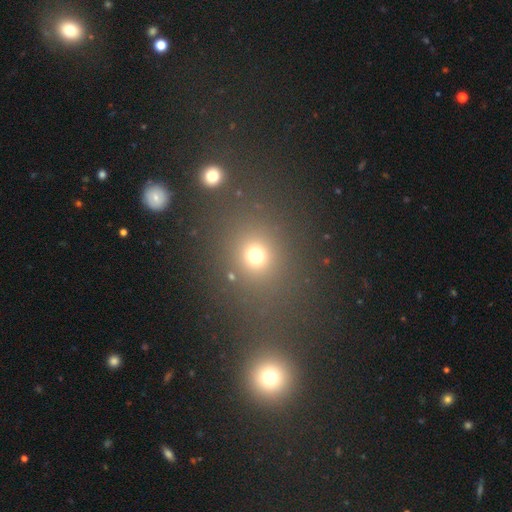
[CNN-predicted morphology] type=smooth (71%); roundness=round (75%); merging=none (77%).